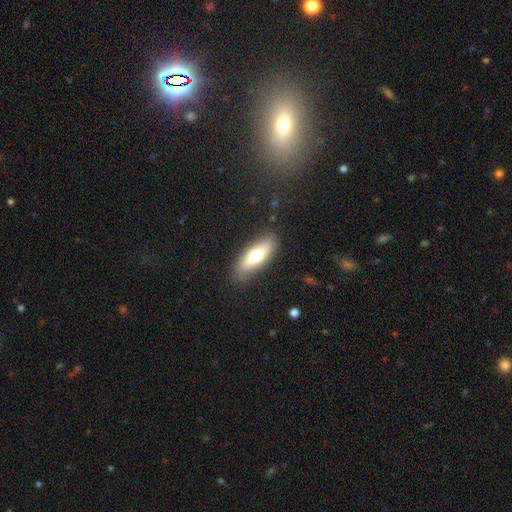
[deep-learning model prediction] smooth 65%, featured or disk 28%, star or artifact 7%. Down the decision tree: how rounded — in between (59%); merging — none (85%).